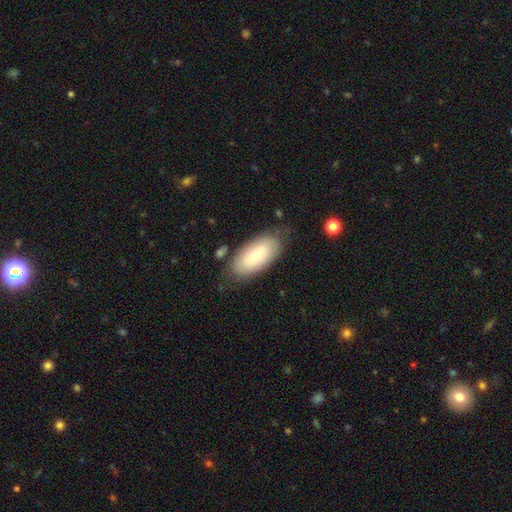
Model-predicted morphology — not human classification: Smooth or featured? Predicted: smooth (p=0.62). How rounded? Predicted: in between (p=0.92). Merging? Predicted: none (p=0.74).